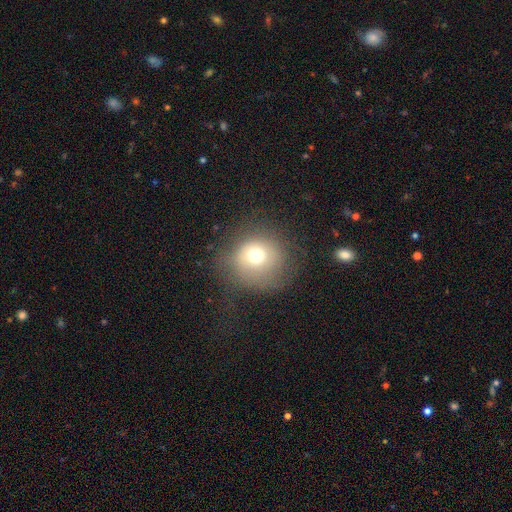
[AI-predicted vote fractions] A smooth galaxy with no disk features (70%) that is round (89%). Merging: none (63%).